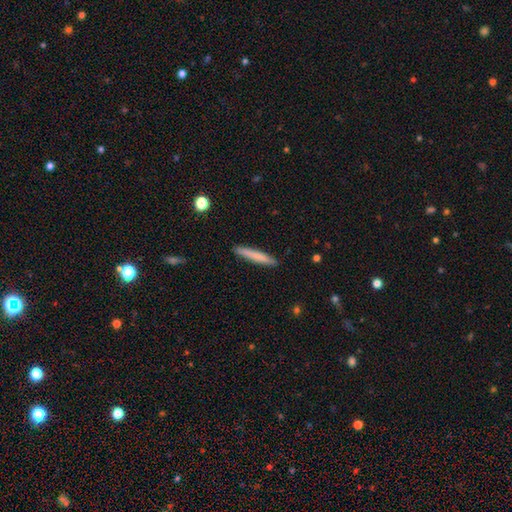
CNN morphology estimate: smooth_or_featured: smooth (p=0.77) [alt: featured or disk p=0.18]
how_rounded: cigar-shaped (p=0.95) [alt: in between p=0.04]
merging: none (p=0.91) [alt: minor disturbance p=0.07]